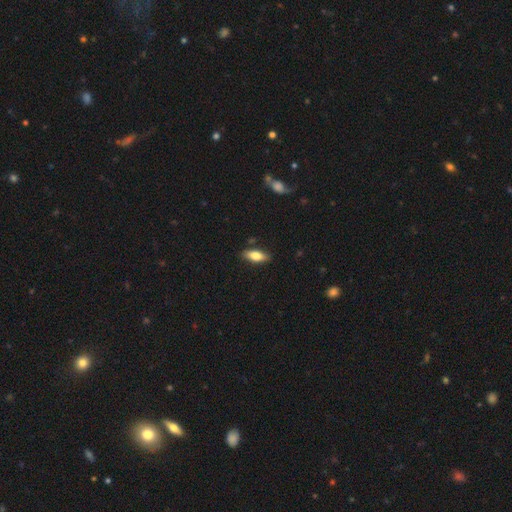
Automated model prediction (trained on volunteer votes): Smooth or featured: smooth — 76% (featured or disk — 17%)
How rounded: in between — 78% (cigar-shaped — 20%)
Merging: none — 85% (minor disturbance — 11%)